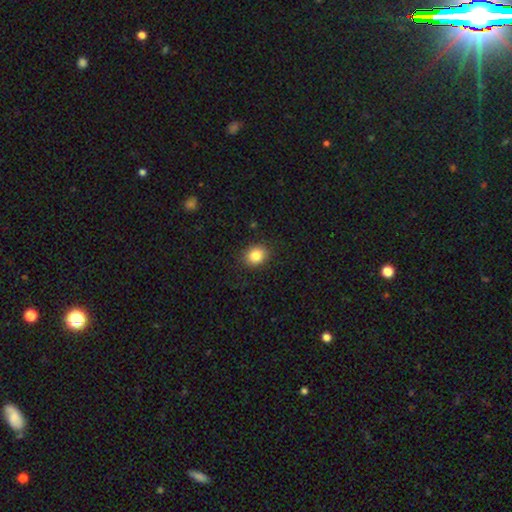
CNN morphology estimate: The model was most divided on "how rounded": round: 58%, in between: 42%, cigar-shaped: 1%. More confident: merging — none (88%); smooth or featured — smooth (85%).